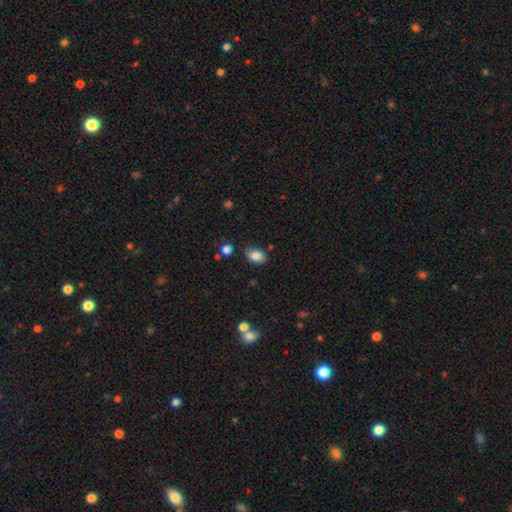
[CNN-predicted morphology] A smooth galaxy with no disk features (84%) that is in between round and cigar-shaped (83%).

Vote fractions:
- Smooth or featured? smooth: 84% / star or artifact: 9% / featured or disk: 7%
- How rounded? in between: 83% / round: 16% / cigar-shaped: 1%
- Merging? none: 80% / minor disturbance: 14% / merger: 3% / major disturbance: 3%